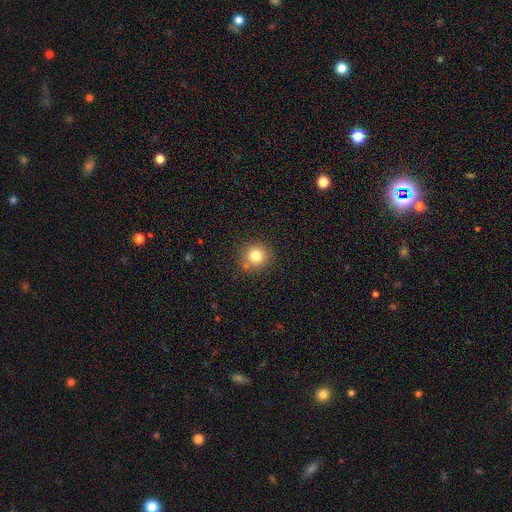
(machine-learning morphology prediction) This appears to be a smooth galaxy with no disk features (79%) that is round (92%). Merging: none (82%).